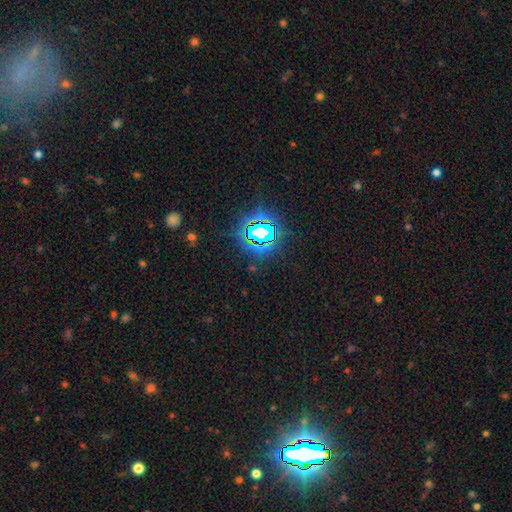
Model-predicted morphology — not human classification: star or artifact 83%, smooth 10%, featured or disk 7%.